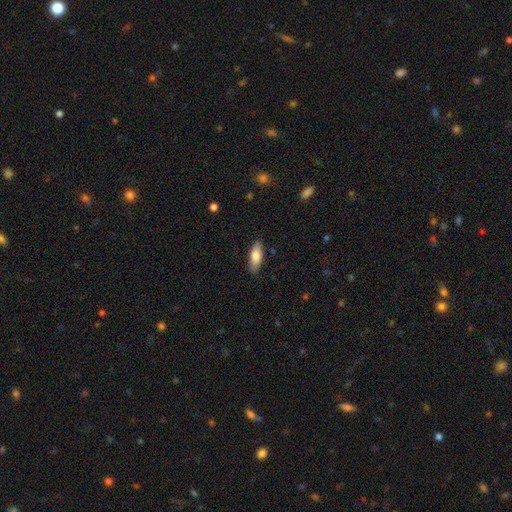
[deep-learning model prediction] Smooth or featured? Predicted: smooth (p=0.78). How rounded? Predicted: in between (p=0.67). Merging? Predicted: none (p=0.85).